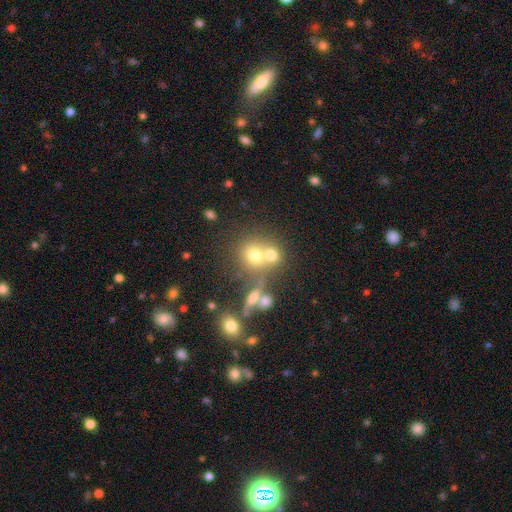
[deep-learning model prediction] The model was most divided on "merging": merger: 48%, none: 39%, minor disturbance: 8%, major disturbance: 5%. More confident: how rounded — round (76%); smooth or featured — smooth (63%).